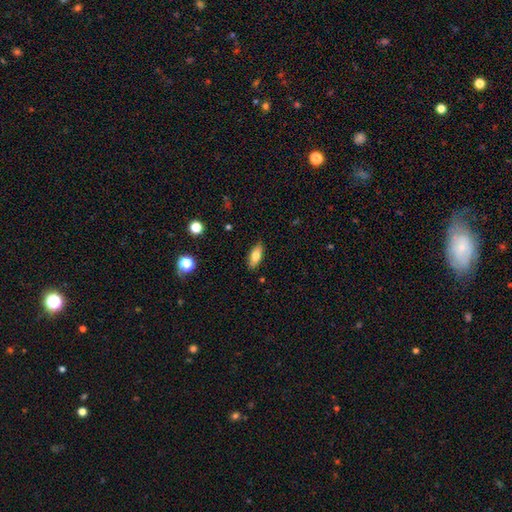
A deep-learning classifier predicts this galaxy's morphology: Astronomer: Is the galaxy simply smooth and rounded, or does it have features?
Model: smooth — 73%.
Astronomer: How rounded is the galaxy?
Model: in between — 78%.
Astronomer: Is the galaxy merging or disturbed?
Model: none — 87%.